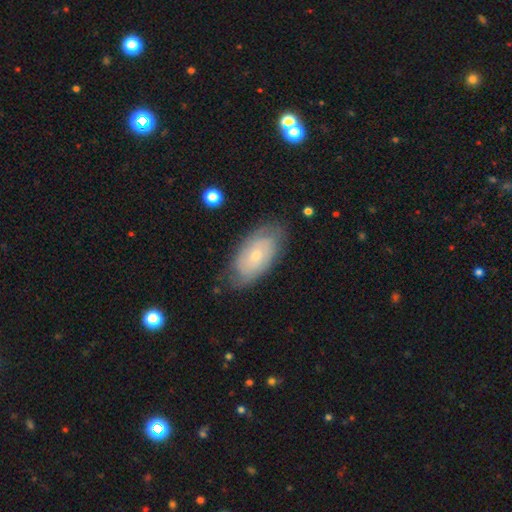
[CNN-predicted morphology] featured or disk 59%, smooth 35%, star or artifact 7%. Down the decision tree: edge-on disk — no (92%); bar — no (78%); spiral arms — yes (81%); bulge size — small (65%); merging — none (75%).